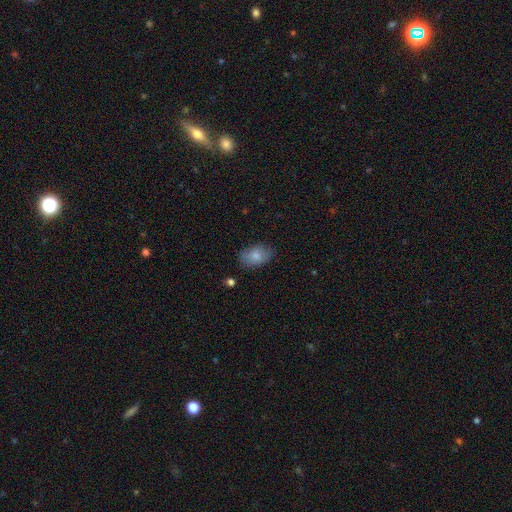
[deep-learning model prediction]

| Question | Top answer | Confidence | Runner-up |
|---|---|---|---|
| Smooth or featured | smooth | 83% | featured or disk (10%) |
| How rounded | in between | 90% | round (9%) |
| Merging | none | 82% | minor disturbance (13%) |